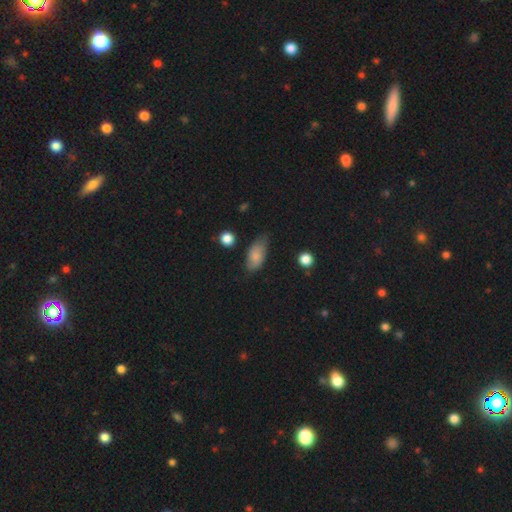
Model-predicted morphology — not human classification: Overall: smooth (77%). How rounded: in between (89%). Merging: none (55%; minor disturbance 35%).